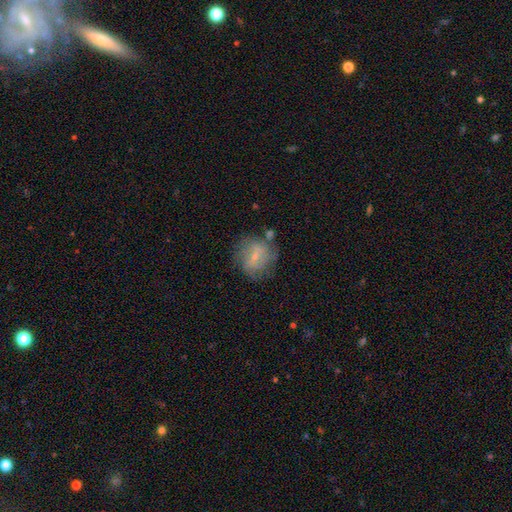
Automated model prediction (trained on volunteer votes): The model was most divided on "smooth or featured": smooth: 46%, featured or disk: 44%, star or artifact: 9%. More confident: merging — none (61%).